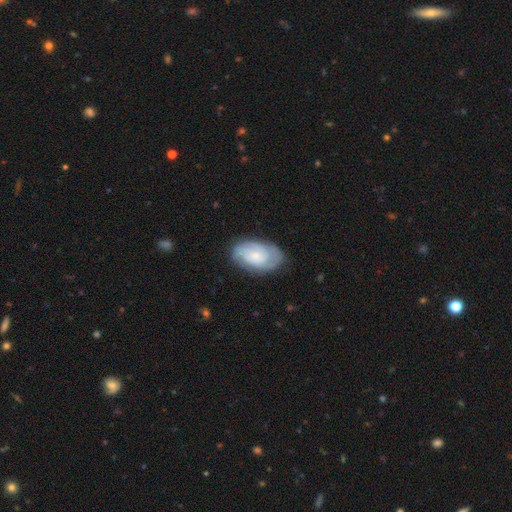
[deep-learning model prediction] A featured or disk galaxy (65%) with no bar (72%), tight (58%) spiral arms (91%) and a small central bulge (63%).

Vote fractions:
- Smooth or featured? featured or disk: 65% / smooth: 29% / star or artifact: 6%
- Edge-on disk? no: 97% / yes: 3%
- Bar? no: 72% / weak: 25% / strong: 3%
- Spiral arms? yes: 91% / no: 9%
- Spiral winding? tight: 58% / medium: 33% / loose: 9%
- Spiral arm count? can't tell: 34% / 2: 33% / 3: 19% / 4: 5% / 1: 5% / more than 4: 4%
- Bulge size? small: 63% / moderate: 22% / none: 10% / large: 3% / dominant: 1%
- Merging? none: 74% / minor disturbance: 19% / major disturbance: 6% / merger: 1%